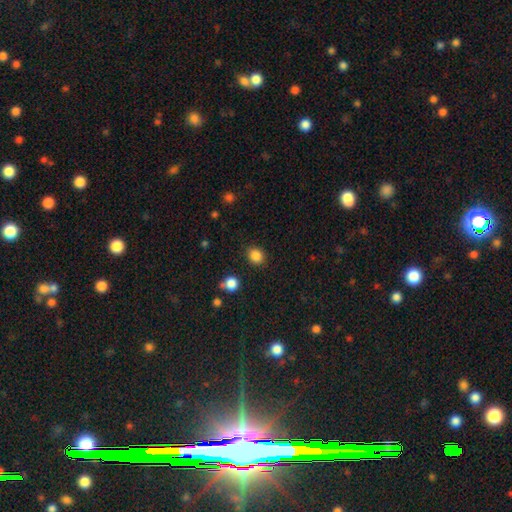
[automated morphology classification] This is clearly a smooth galaxy (85%). How rounded: likely round (70%). Merging: clearly none (86%).